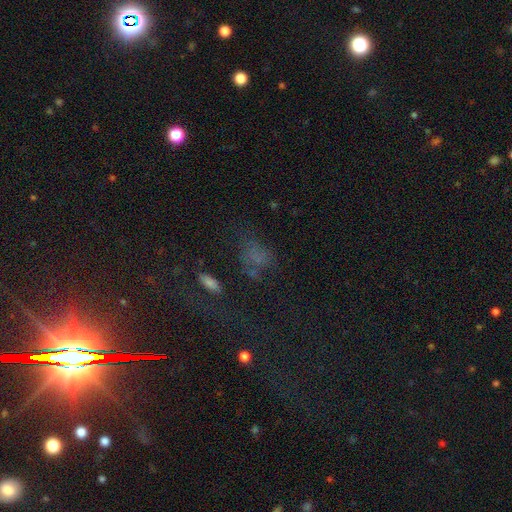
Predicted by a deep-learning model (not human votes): smooth-or-featured: smooth: 49% | star or artifact: 33% | featured or disk: 18%
  merging: none: 43% | major disturbance: 26% | minor disturbance: 21% | merger: 10%